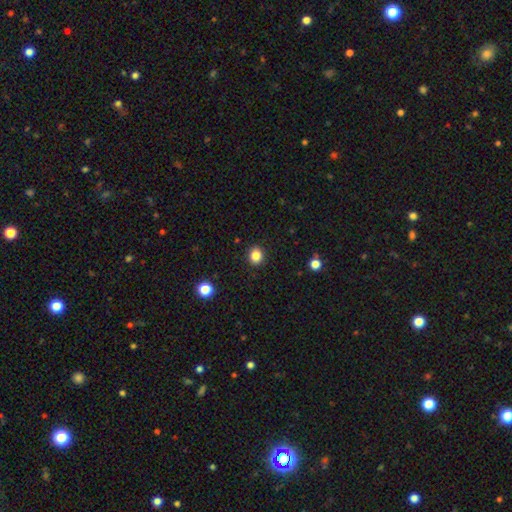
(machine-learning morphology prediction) smooth_or_featured: smooth (p=0.84) [alt: star or artifact p=0.11]
how_rounded: round (p=0.73) [alt: in between p=0.26]
merging: none (p=0.91) [alt: minor disturbance p=0.06]